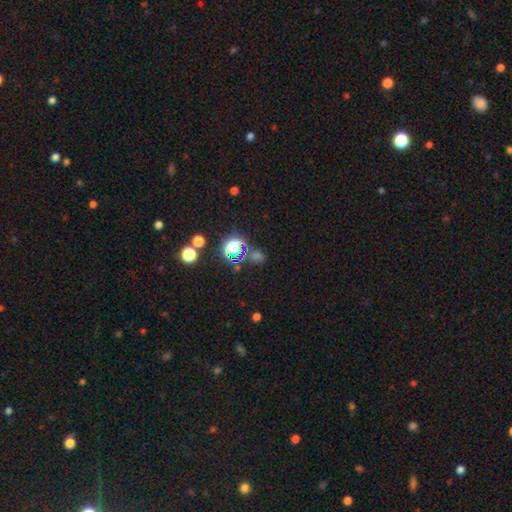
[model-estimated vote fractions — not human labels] This is possibly a star or artifact rather than a galaxy (57%).